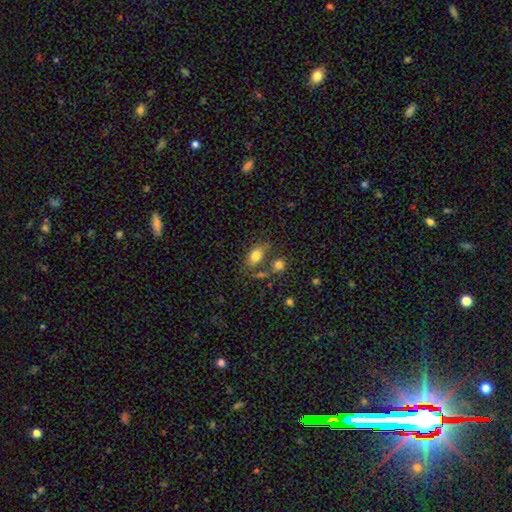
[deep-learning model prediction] Overall: smooth (79%). How rounded: in between (86%). Merging: none (54%; merger 23%).